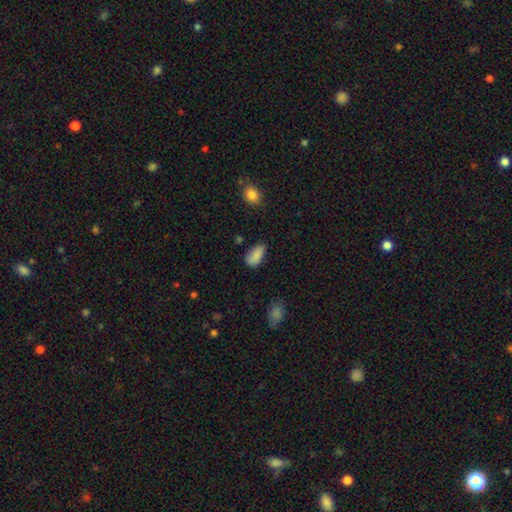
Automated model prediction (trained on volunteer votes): smooth 85%, star or artifact 8%, featured or disk 7%. Down the decision tree: how rounded — in between (93%); merging — none (66%).